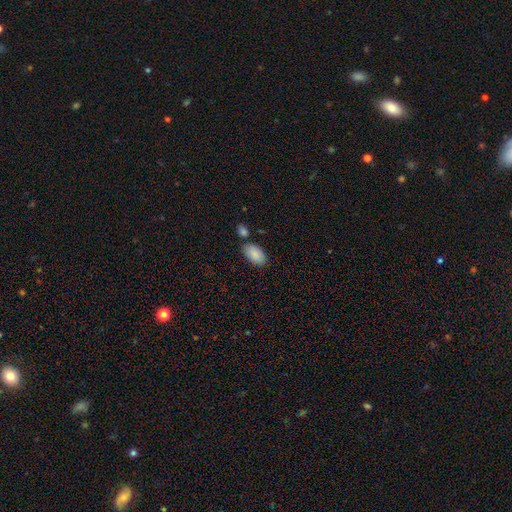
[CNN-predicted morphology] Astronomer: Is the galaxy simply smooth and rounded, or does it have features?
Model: smooth — 89%.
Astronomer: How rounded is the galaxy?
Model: in between — 95%.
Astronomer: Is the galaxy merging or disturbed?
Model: none — 70%.